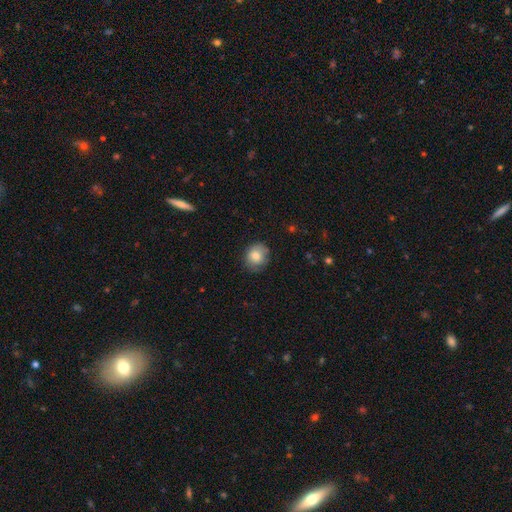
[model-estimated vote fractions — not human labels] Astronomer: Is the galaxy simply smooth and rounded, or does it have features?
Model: smooth — 80%.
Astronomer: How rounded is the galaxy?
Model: round — 76%.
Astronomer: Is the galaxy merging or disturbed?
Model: none — 76%.